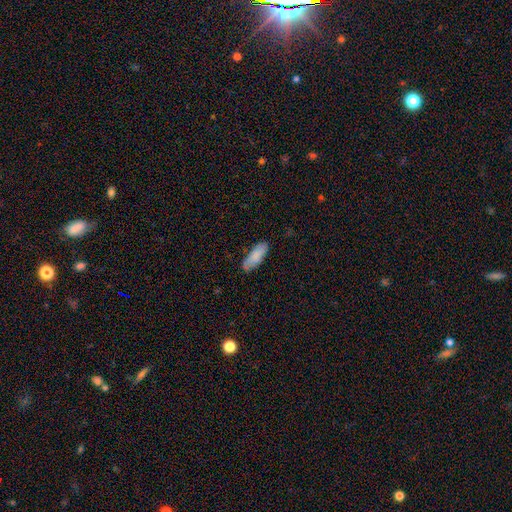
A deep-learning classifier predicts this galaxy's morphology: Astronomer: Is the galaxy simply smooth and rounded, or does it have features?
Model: smooth — 85%.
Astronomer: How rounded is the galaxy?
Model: in between — 68%.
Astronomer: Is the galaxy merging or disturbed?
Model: none — 77%.